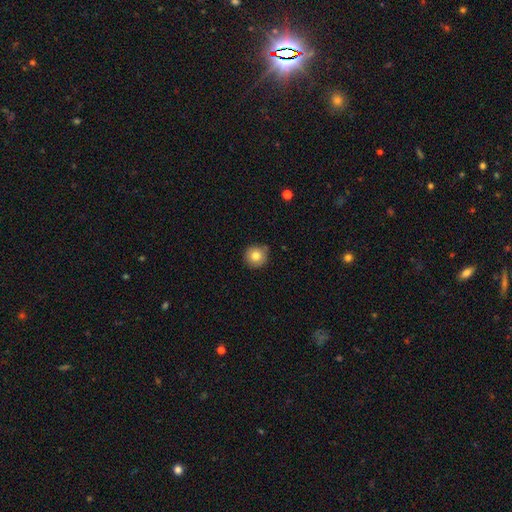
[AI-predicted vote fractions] smooth 81%, star or artifact 10%, featured or disk 10%. Down the decision tree: how rounded — round (95%); merging — none (86%).